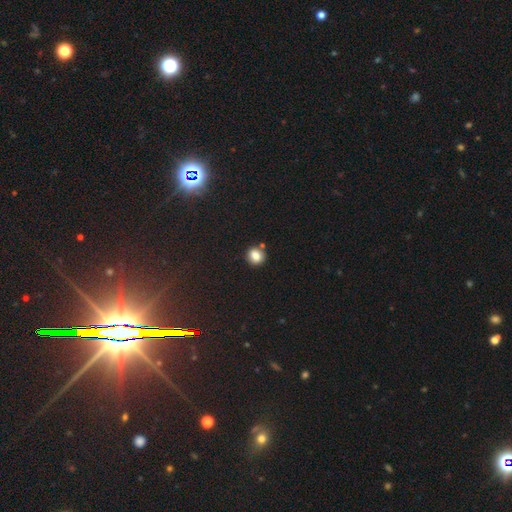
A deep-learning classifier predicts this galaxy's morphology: type=smooth (82%); roundness=round (77%); merging=none (77%).